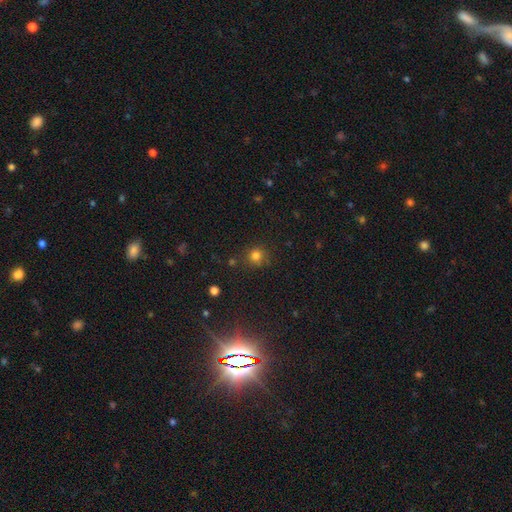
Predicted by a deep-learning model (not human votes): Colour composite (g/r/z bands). It shows a smooth galaxy with no disk features (78%) that is round (88%). Merging: none (79%).